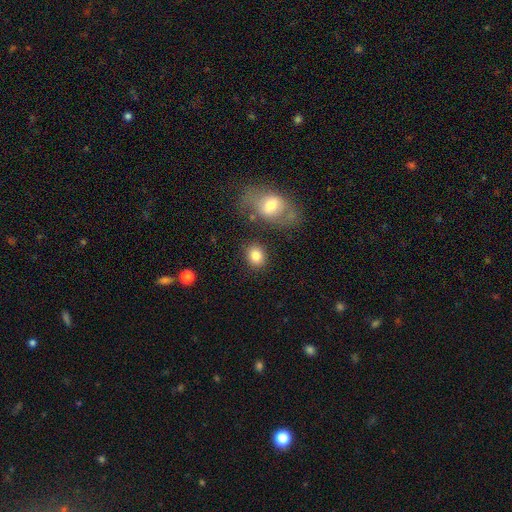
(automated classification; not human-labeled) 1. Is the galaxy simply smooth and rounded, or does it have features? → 83% smooth, 9% featured or disk, 9% star or artifact.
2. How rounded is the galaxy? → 57% round, 42% in between, 1% cigar-shaped.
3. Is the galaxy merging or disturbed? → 78% none, 10% minor disturbance, 7% merger, 4% major disturbance.